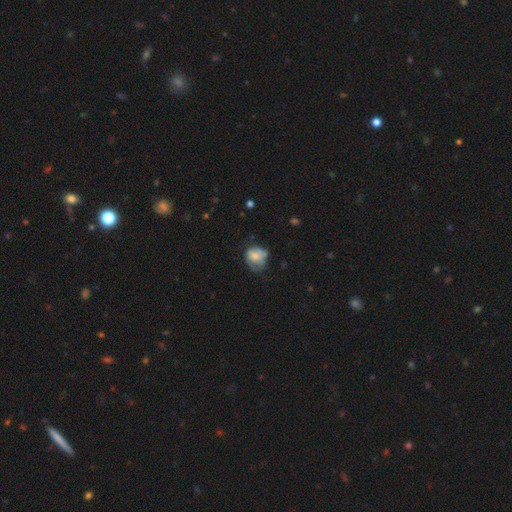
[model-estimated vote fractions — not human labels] smooth_or_featured: smooth (p=0.63) [alt: featured or disk p=0.28]
how_rounded: round (p=0.60) [alt: in between p=0.39]
merging: none (p=0.40) [alt: minor disturbance p=0.35]